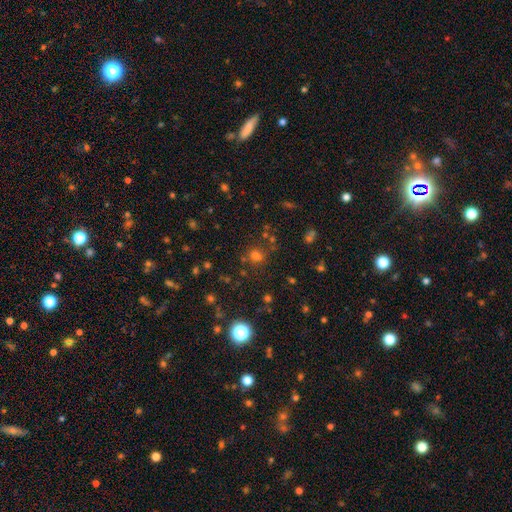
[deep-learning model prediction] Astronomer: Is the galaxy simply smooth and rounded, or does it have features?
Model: smooth — 57% (runner-up: star or artifact, 36%).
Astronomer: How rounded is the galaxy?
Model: round — 80%.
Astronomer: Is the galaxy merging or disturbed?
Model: none — 73%.